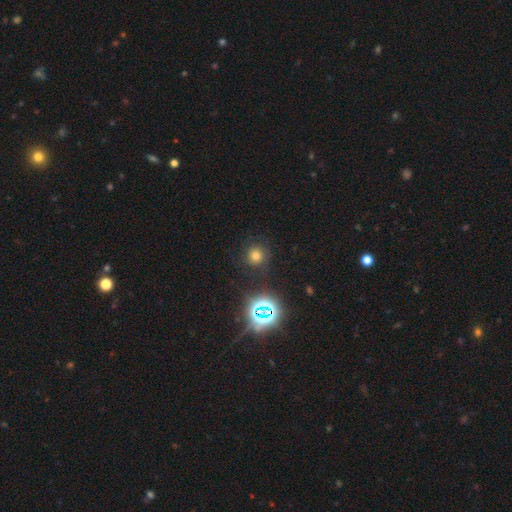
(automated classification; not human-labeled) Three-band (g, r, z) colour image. It shows a smooth galaxy with no disk features (67%) that is round (93%). Merging: none (86%).